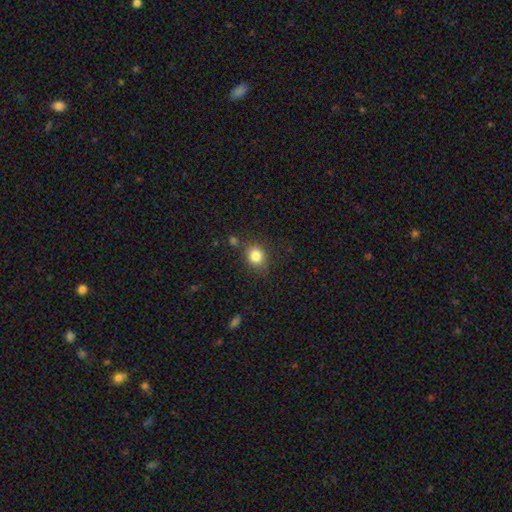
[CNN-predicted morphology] The model was most divided on "how rounded": round: 63%, in between: 36%, cigar-shaped: 1%. More confident: smooth or featured — smooth (83%); merging — none (76%).